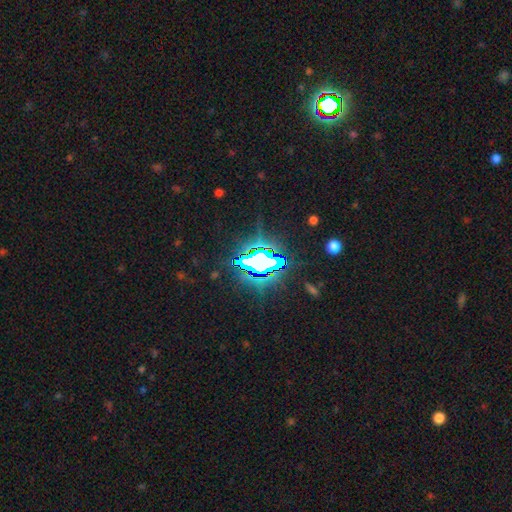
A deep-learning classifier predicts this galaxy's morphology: Smooth or featured: star or artifact — 71% (smooth — 16%)